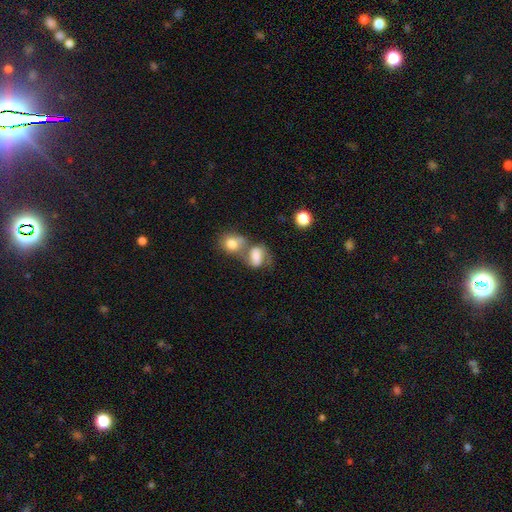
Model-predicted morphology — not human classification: A smooth galaxy with no disk features (59%) that is in between round and cigar-shaped (67%).

Vote fractions:
- Smooth or featured? smooth: 59% / featured or disk: 31% / star or artifact: 10%
- How rounded? in between: 67% / round: 31% / cigar-shaped: 2%
- Merging? merger: 49% / none: 29% / minor disturbance: 13% / major disturbance: 10%